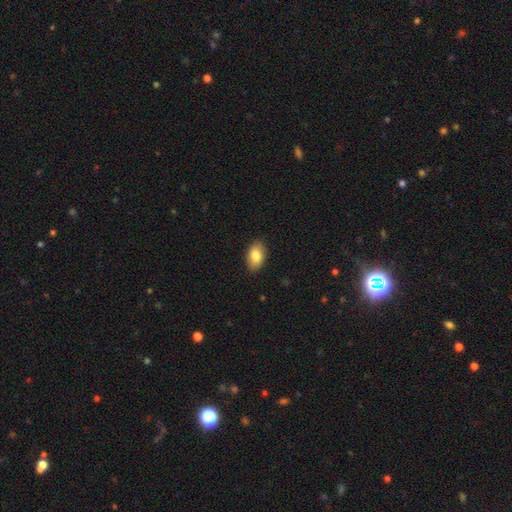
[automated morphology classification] A smooth galaxy with no disk features (84%) that is in between round and cigar-shaped (92%).

Vote fractions:
- Smooth or featured? smooth: 84% / featured or disk: 10% / star or artifact: 7%
- How rounded? in between: 92% / round: 6% / cigar-shaped: 2%
- Merging? none: 88% / minor disturbance: 9% / major disturbance: 2% / merger: 1%